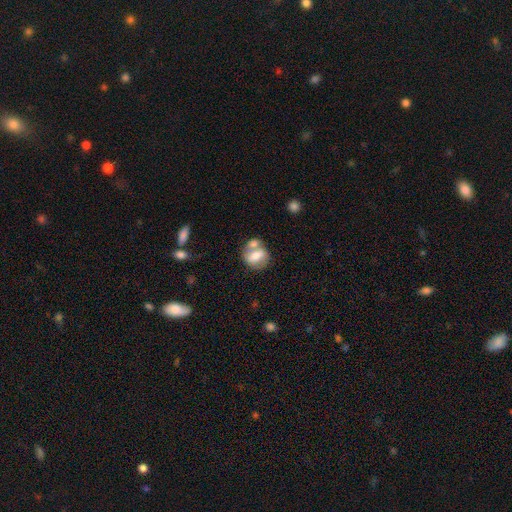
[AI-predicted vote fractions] This appears to be a smooth galaxy with no disk features (65%) that is in between round and cigar-shaped (57%). Merging: merger (42%).